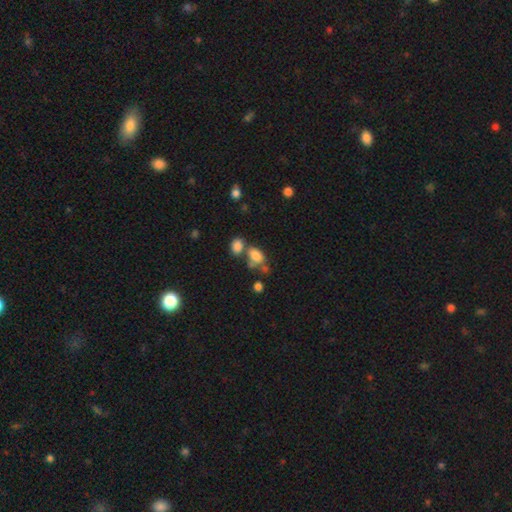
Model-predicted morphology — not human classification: A smooth galaxy with no disk features (79%) that is in between round and cigar-shaped (85%). Merging: none (40%).